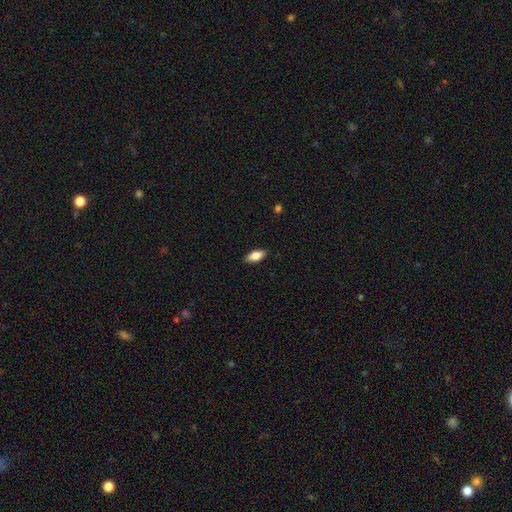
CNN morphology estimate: smooth_or_featured: smooth (p=0.78) [alt: featured or disk p=0.16]
how_rounded: in between (p=0.84) [alt: cigar-shaped p=0.13]
merging: none (p=0.87) [alt: minor disturbance p=0.10]